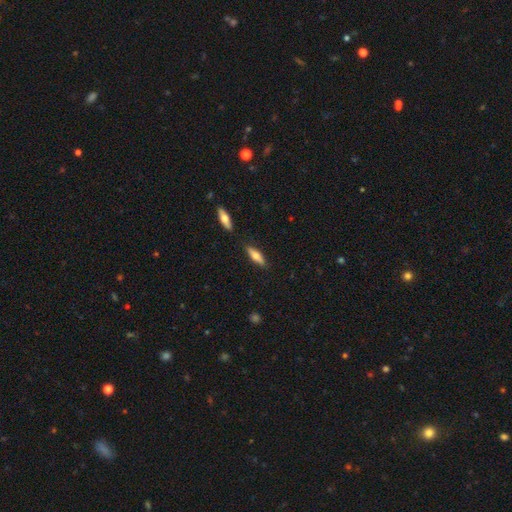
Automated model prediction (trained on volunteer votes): smooth_or_featured: smooth (p=0.64) [alt: featured or disk p=0.29]
how_rounded: cigar-shaped (p=0.57) [alt: in between p=0.41]
merging: none (p=0.83) [alt: minor disturbance p=0.10]